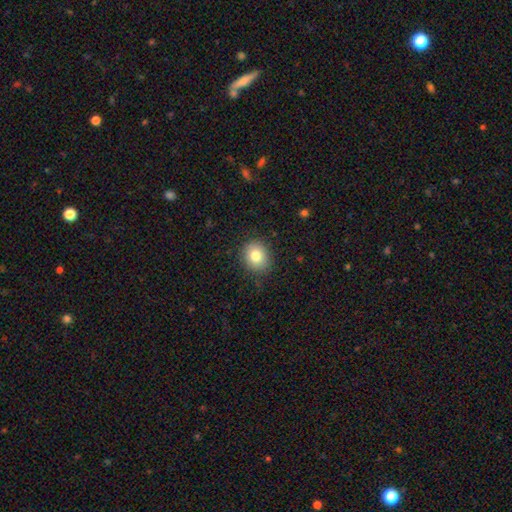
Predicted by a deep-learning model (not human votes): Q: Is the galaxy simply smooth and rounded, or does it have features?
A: smooth — 82%.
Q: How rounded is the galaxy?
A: round — 72%.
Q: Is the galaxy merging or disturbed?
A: none — 87%.